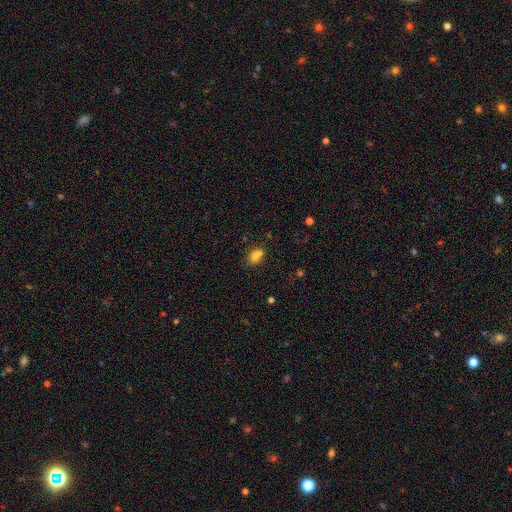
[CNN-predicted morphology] A smooth galaxy with no disk features (77%) that is in between round and cigar-shaped (66%). Merging: none (56%).